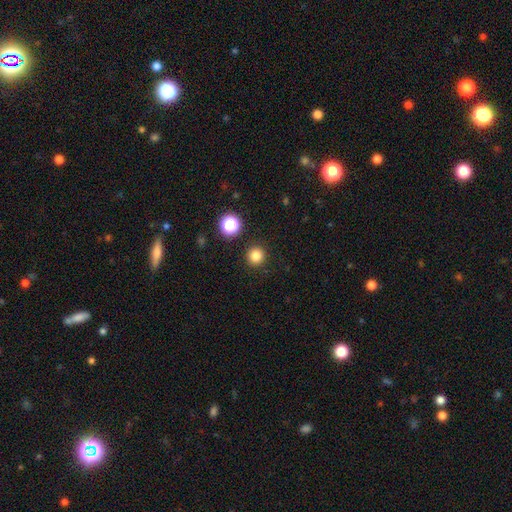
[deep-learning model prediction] Morphology: type=smooth (82%); roundness=round (95%); merging=none (91%).